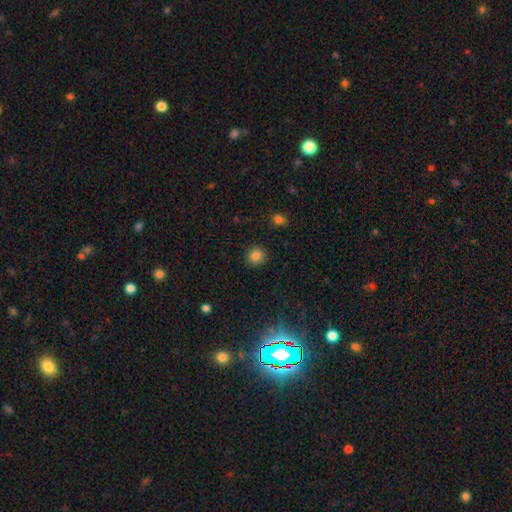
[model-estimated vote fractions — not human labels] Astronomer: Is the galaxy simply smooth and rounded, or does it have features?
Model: smooth — 83%.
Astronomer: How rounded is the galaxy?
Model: round — 89%.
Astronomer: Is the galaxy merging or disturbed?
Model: none — 90%.